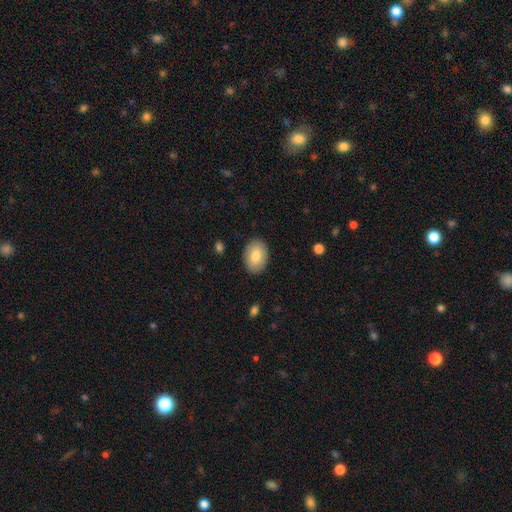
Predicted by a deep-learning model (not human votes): A smooth galaxy with no disk features (81%) that is in between round and cigar-shaped (79%).

Vote fractions:
- Smooth or featured? smooth: 81% / featured or disk: 13% / star or artifact: 6%
- How rounded? in between: 79% / round: 20% / cigar-shaped: 1%
- Merging? none: 89% / minor disturbance: 8% / major disturbance: 2% / merger: 1%